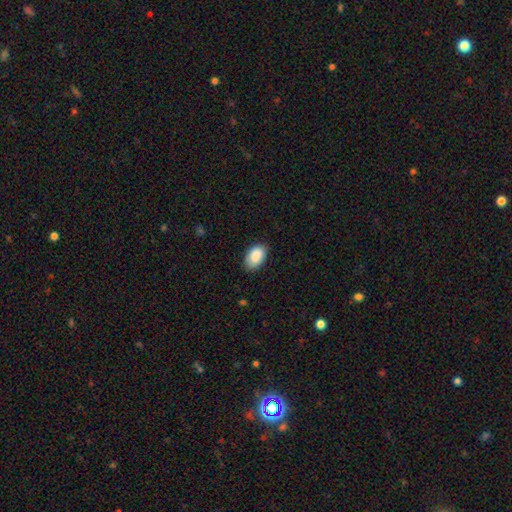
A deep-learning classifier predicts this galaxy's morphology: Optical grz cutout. It shows a smooth galaxy with no disk features (89%) that is in between round and cigar-shaped (92%). Merging: none (80%).